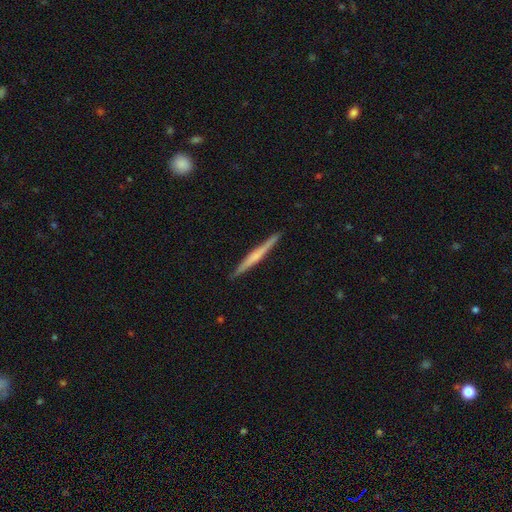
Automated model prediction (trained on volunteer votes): Smooth or featured? featured or disk (56%)
Edge-on disk? yes (98%)
Edge-on bulge? none (53%)
Merging? none (91%)